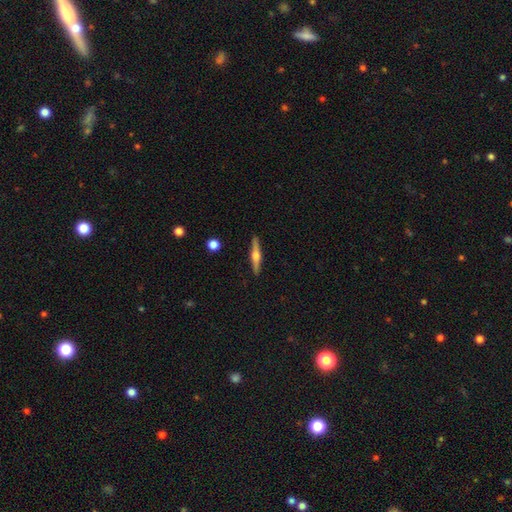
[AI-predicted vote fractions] Smooth or featured? Predicted: featured or disk (p=0.71). Edge-on disk? Predicted: yes (p=0.98). Edge-on bulge? Predicted: rounded (p=0.93). Merging? Predicted: none (p=0.91).